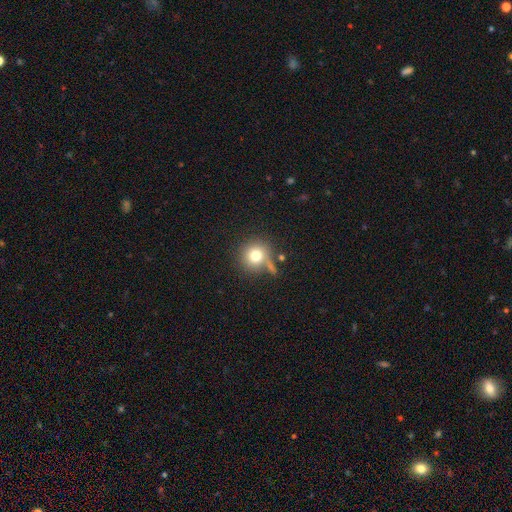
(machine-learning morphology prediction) type=smooth (77%); roundness=round (91%); merging=none (64%).